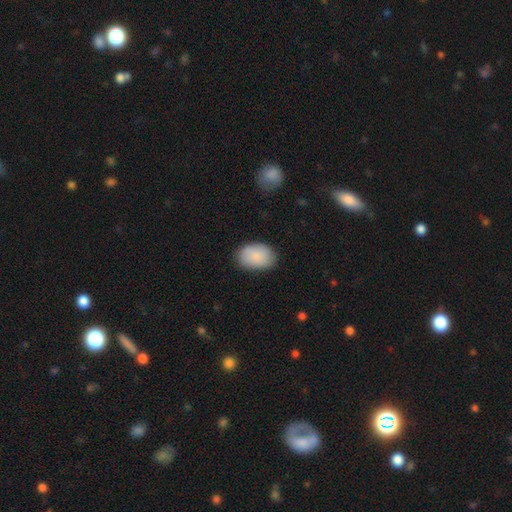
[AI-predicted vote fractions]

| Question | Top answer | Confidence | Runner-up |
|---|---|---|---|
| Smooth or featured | smooth | 88% | star or artifact (6%) |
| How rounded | in between | 86% | round (13%) |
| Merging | none | 82% | minor disturbance (14%) |